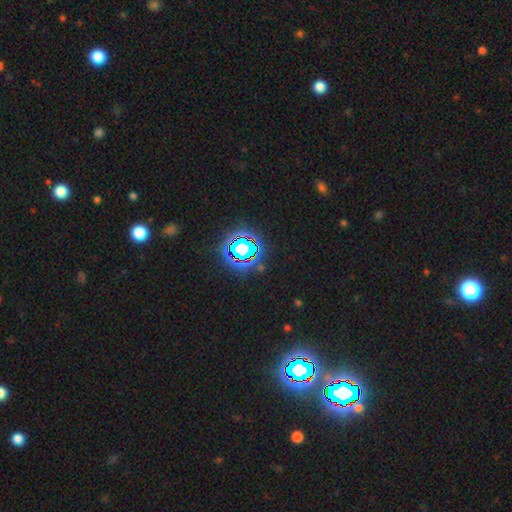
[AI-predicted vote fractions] Smooth or featured: star or artifact — 81% (smooth — 12%)